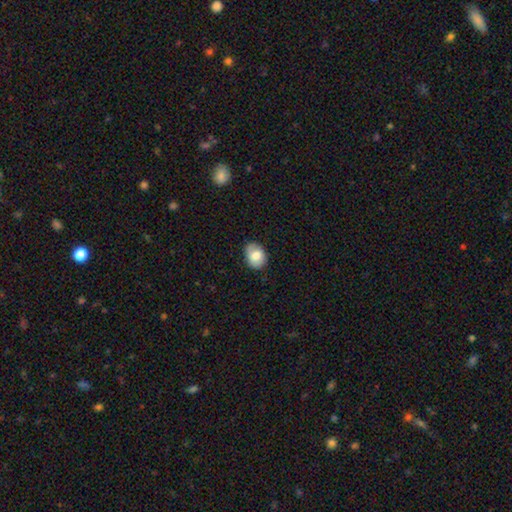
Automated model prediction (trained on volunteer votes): Smooth or featured? smooth (75%)
How rounded? in between (60%)
Merging? none (74%)